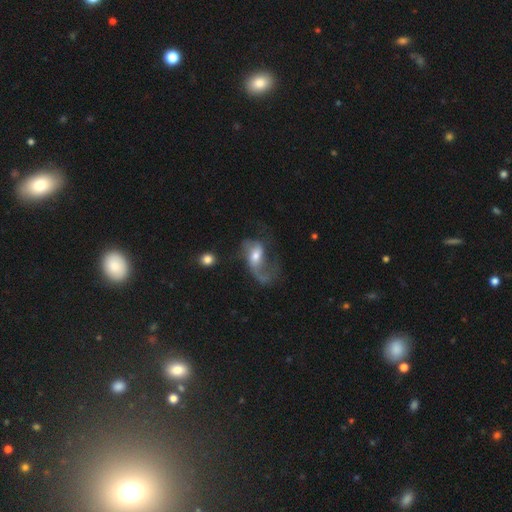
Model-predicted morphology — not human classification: type=featured or disk (64%); edge-on=no (95%); bar=no (50%); spiral arms=yes (78%); bulge=moderate (58%); merging=major disturbance (54%).